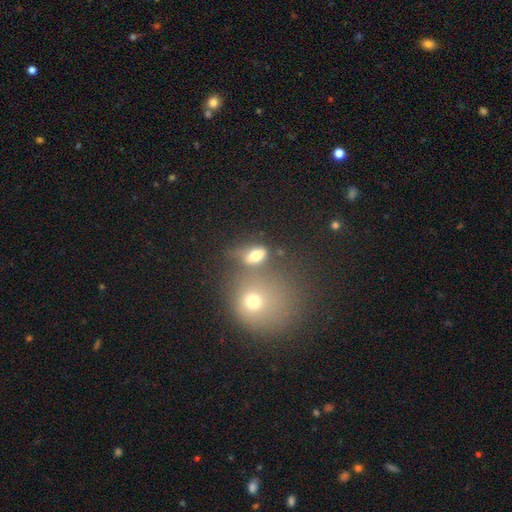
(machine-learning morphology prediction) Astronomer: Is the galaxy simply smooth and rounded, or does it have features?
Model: smooth — 68%.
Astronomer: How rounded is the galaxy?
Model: in between — 73%.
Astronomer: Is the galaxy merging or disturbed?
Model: none — 48% (runner-up: merger, 26%).